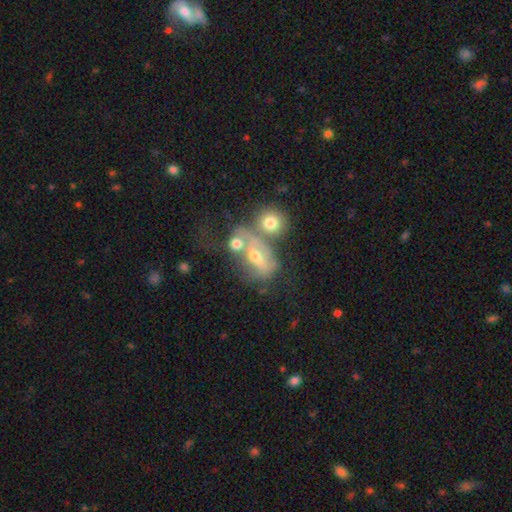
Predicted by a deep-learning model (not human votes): smooth-or-featured: featured or disk: 52% | smooth: 36% | star or artifact: 12%
  disk-edge-on: no: 91% | yes: 9%
  merging: merger: 49% | none: 22% | major disturbance: 17% | minor disturbance: 13%